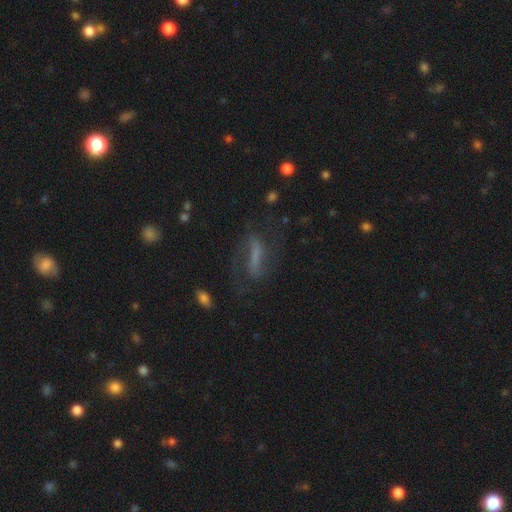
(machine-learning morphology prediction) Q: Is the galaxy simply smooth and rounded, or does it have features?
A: featured or disk — 51%.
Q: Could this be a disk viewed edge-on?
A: no — 77%.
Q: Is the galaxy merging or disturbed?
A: none — 63%.